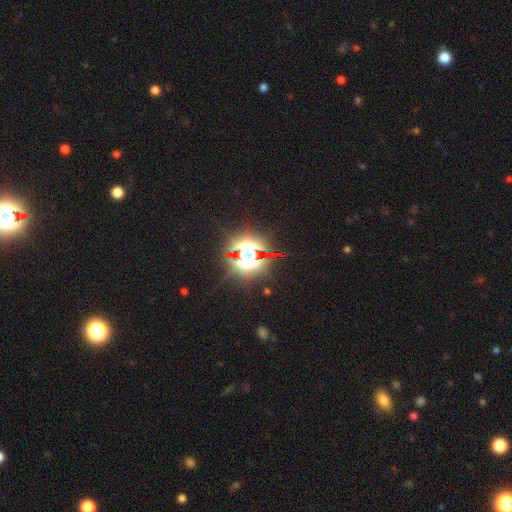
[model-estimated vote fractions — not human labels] Morphology: type=star or artifact (65%).